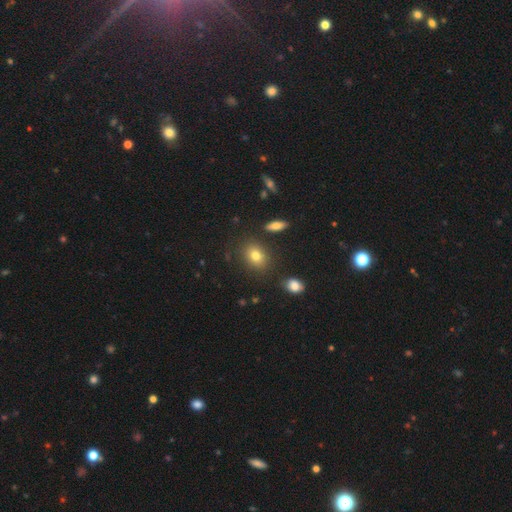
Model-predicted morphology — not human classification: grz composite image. It shows a smooth galaxy with no disk features (79%) that is in between round and cigar-shaped (53%). Merging: none (82%).